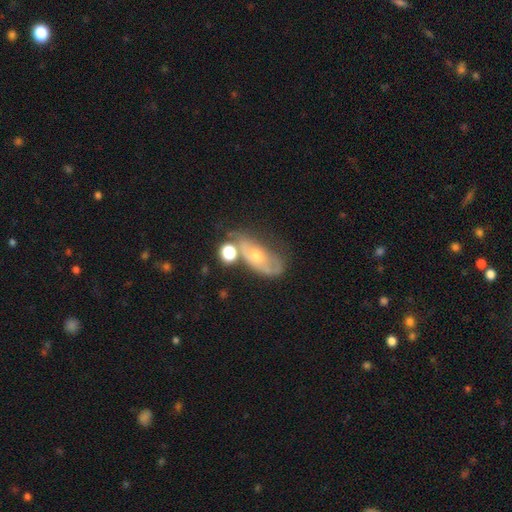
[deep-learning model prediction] The model was most divided on "merging": none: 32%, minor disturbance: 25%, major disturbance: 22%, merger: 21%. More confident: edge-on disk — no (87%); smooth or featured — featured or disk (53%).